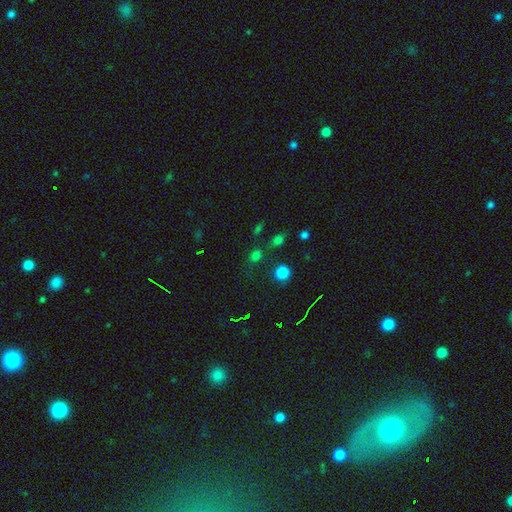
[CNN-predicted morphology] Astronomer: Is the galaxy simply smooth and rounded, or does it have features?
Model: smooth — 67%.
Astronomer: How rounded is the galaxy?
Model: round — 65%.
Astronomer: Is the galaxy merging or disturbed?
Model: none — 69%.